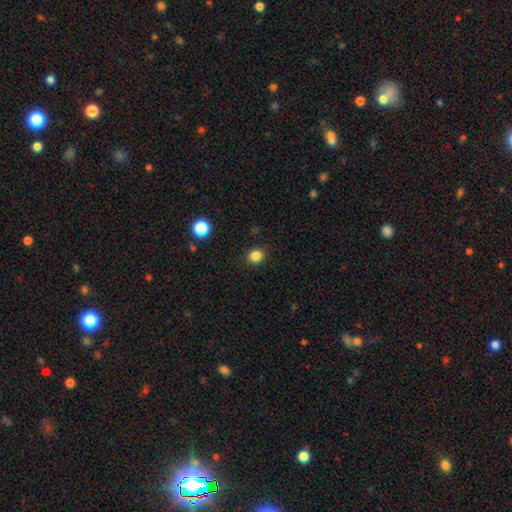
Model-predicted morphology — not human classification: Smooth or featured?
  - smooth: 84% *
  - star or artifact: 12%
  - featured or disk: 4%
How rounded?
  - round: 74% *
  - in between: 25%
  - cigar-shaped: 1%
Merging?
  - none: 90% *
  - minor disturbance: 7%
  - major disturbance: 2%
  - merger: 1%